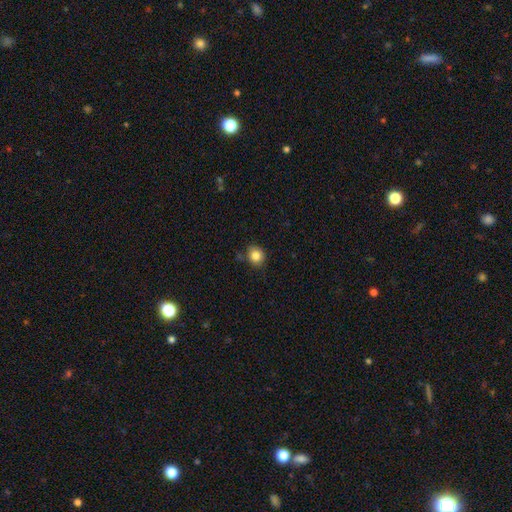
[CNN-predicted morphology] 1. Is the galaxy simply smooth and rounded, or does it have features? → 84% smooth, 10% star or artifact, 6% featured or disk.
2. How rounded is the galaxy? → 74% round, 25% in between, 1% cigar-shaped.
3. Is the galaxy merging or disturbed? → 81% none, 13% minor disturbance, 3% merger, 3% major disturbance.